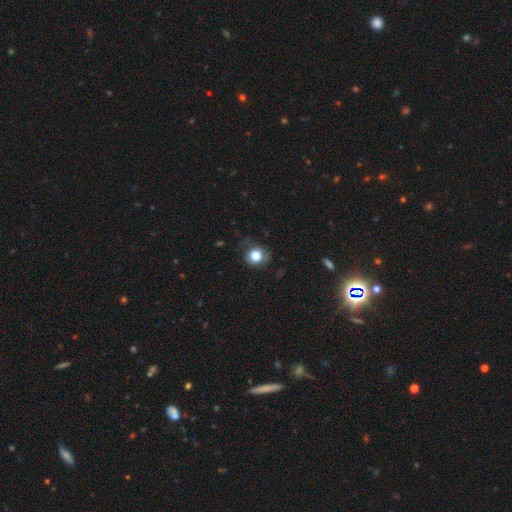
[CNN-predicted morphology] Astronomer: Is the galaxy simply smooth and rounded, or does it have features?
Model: smooth — 81%.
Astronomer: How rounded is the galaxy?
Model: round — 81%.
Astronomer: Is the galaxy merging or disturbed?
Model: none — 72%.